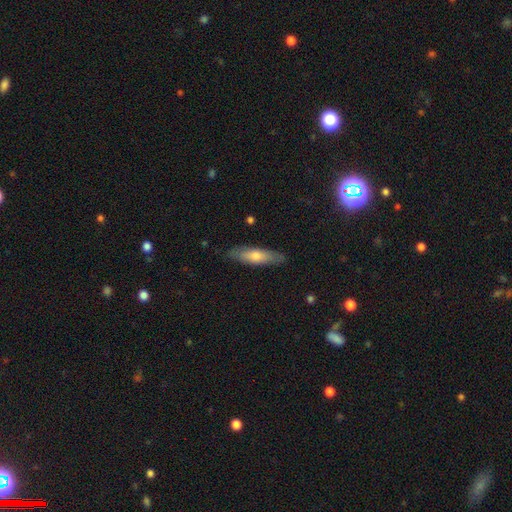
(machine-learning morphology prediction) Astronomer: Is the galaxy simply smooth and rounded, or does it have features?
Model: smooth — 62%.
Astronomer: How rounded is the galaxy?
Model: cigar-shaped — 63%.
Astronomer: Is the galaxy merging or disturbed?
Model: none — 84%.